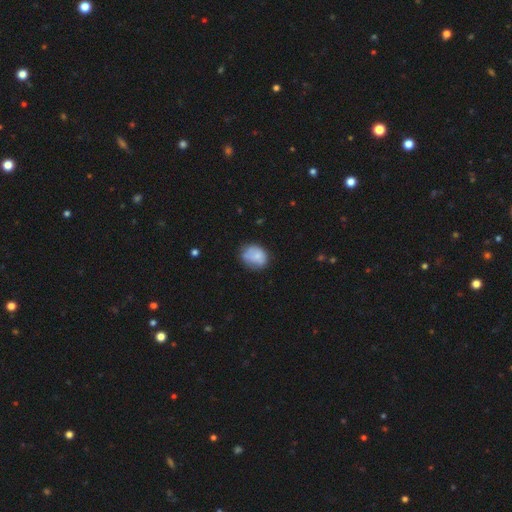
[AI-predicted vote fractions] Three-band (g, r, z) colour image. It shows a smooth galaxy with no disk features (70%) that is in between round and cigar-shaped (52%). Merging: none (54%).